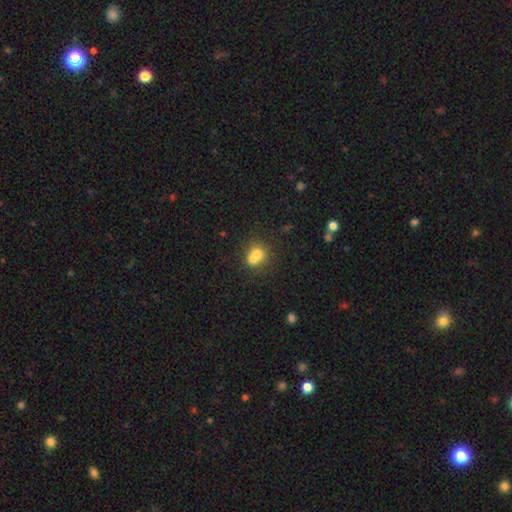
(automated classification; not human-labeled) smooth-or-featured: smooth: 67% | featured or disk: 21% | star or artifact: 12%
  how-rounded: round: 74% | in between: 25% | cigar-shaped: 1%
  merging: merger: 62% | none: 29% | minor disturbance: 6% | major disturbance: 3%